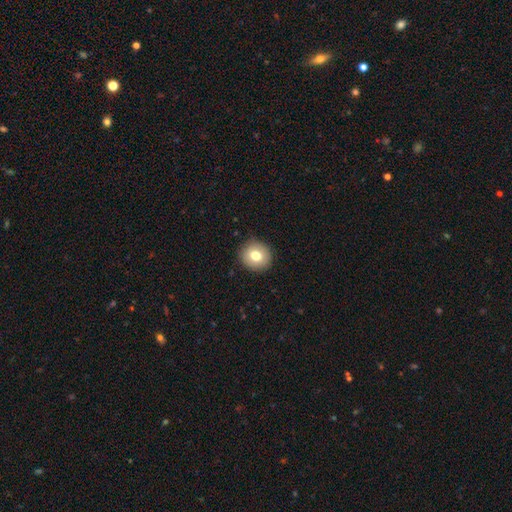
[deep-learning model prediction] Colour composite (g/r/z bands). It shows a smooth galaxy with no disk features (75%) that is round (89%). Merging: none (90%).